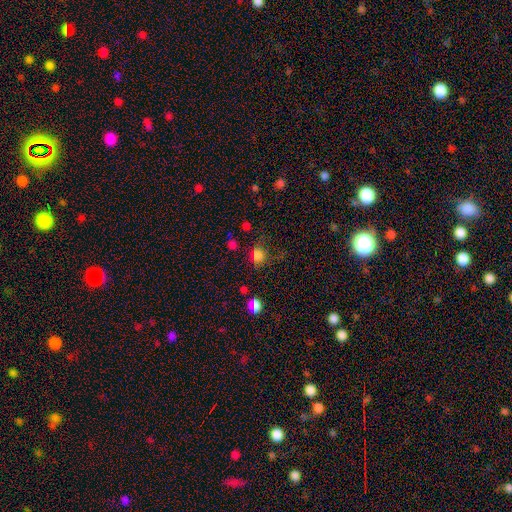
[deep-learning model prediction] A smooth galaxy with no disk features (74%) that is round (68%). Merging: none (63%).